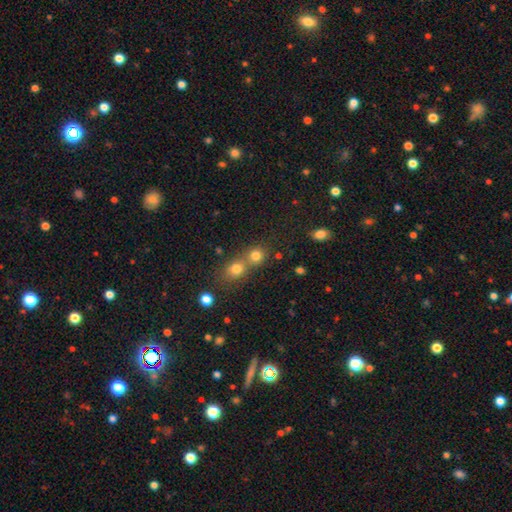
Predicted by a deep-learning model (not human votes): The model was most divided on "merging": merger: 47%, none: 45%, minor disturbance: 6%, major disturbance: 3%. More confident: how rounded — round (83%); smooth or featured — smooth (78%).